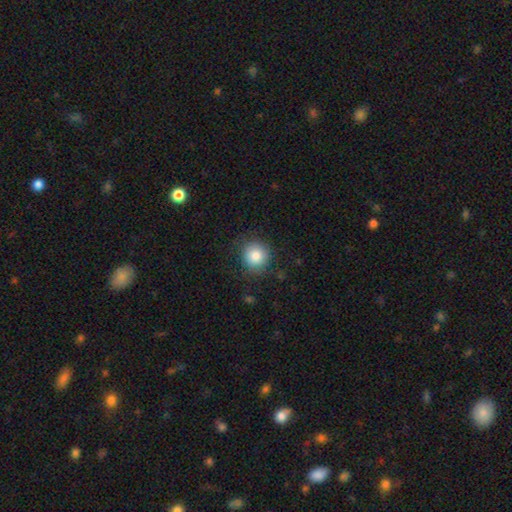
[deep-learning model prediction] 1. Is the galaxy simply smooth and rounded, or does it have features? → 85% smooth, 9% star or artifact, 6% featured or disk.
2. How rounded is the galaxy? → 91% round, 8% in between, 1% cigar-shaped.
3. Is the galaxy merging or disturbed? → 82% none, 13% minor disturbance, 4% major disturbance, 1% merger.